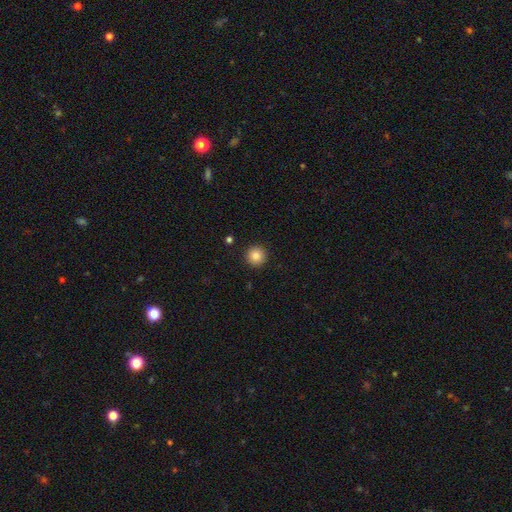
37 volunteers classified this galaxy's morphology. This is clearly a smooth galaxy (95%). How rounded: clearly round (100%). Merging: clearly none (97%).